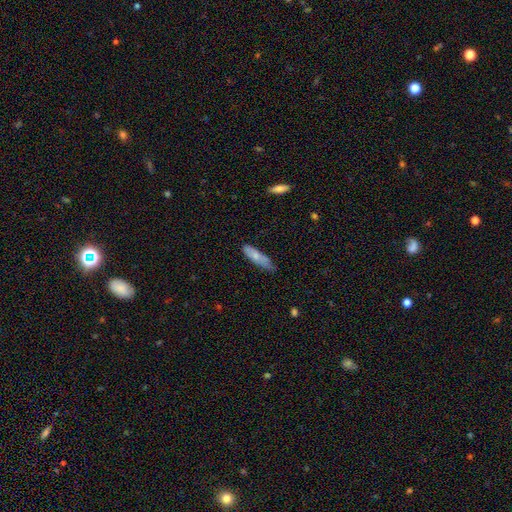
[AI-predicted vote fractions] Q: Smooth or featured?
A: smooth (73%); runner-up: featured or disk (20%)
Q: How rounded?
A: cigar-shaped (63%); runner-up: in between (35%)
Q: Merging?
A: none (56%); runner-up: minor disturbance (34%)